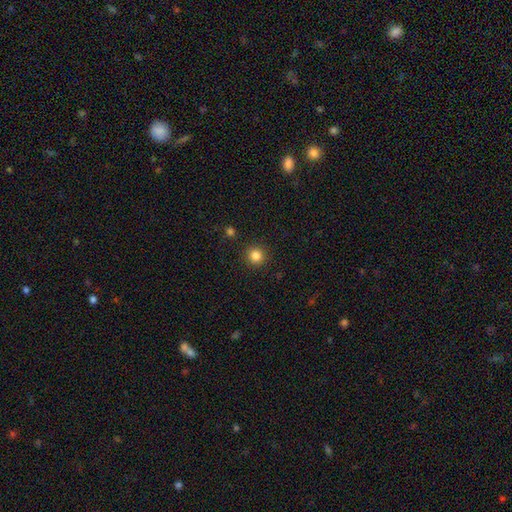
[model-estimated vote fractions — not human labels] Q: Smooth or featured?
A: smooth (84%); runner-up: star or artifact (12%)
Q: How rounded?
A: round (94%); runner-up: in between (5%)
Q: Merging?
A: none (91%); runner-up: minor disturbance (5%)